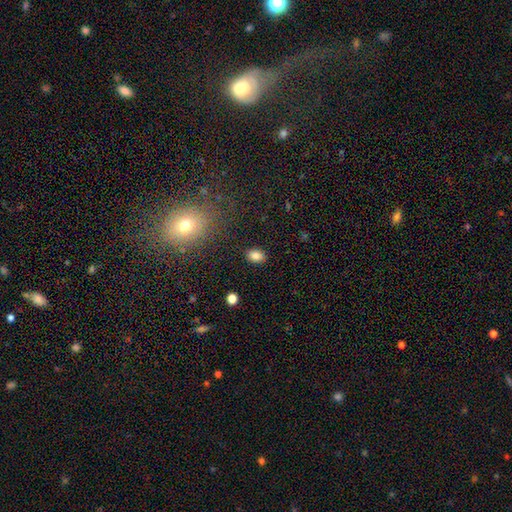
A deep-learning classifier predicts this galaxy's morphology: A smooth galaxy with no disk features (85%) that is in between round and cigar-shaped (73%). Merging: none (87%).